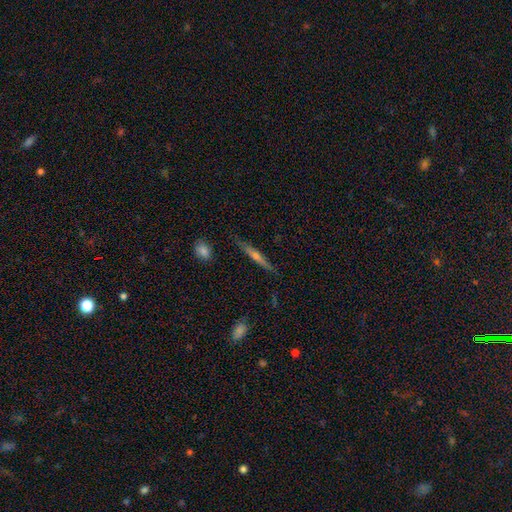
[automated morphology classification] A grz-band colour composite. It shows a featured or disk galaxy (63%) viewed edge-on (96%) with a rounded central bulge (73%). Merging: none (87%).